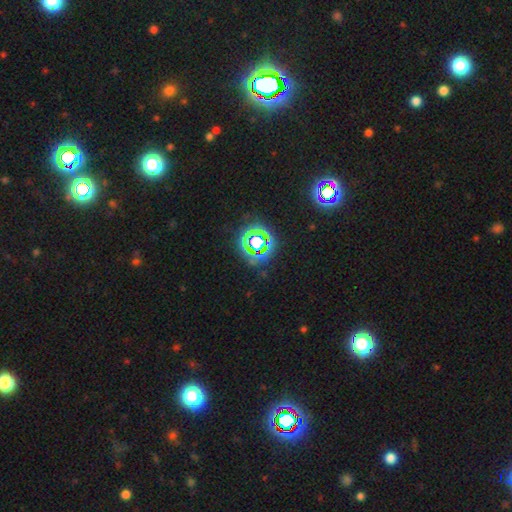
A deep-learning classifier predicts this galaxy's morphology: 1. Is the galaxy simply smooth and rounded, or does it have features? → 76% star or artifact, 15% smooth, 9% featured or disk.